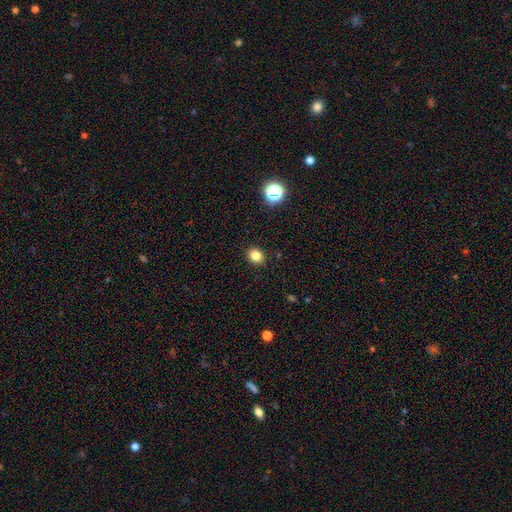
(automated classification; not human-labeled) Overall: smooth (81%). How rounded: round (59%; in between 40%). Merging: none (90%).